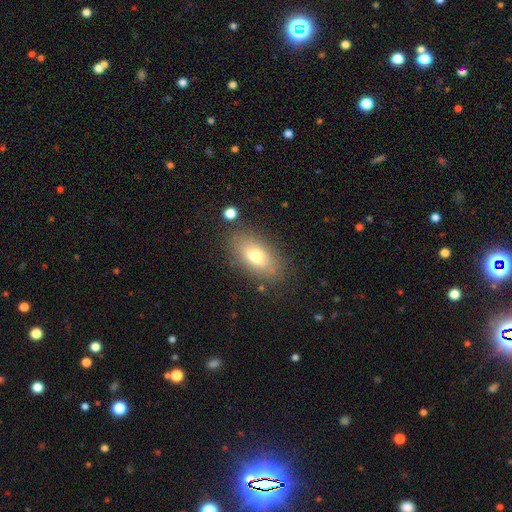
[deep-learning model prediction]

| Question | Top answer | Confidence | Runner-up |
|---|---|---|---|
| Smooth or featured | smooth | 70% | featured or disk (21%) |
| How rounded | in between | 87% | round (7%) |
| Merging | none | 79% | minor disturbance (13%) |